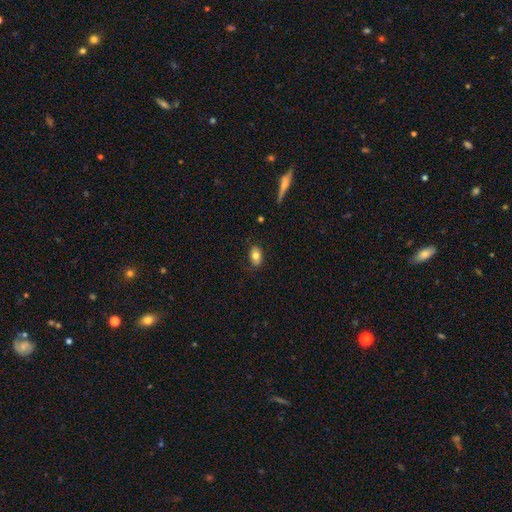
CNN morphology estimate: smooth 78%, featured or disk 13%, star or artifact 9%. Down the decision tree: how rounded — in between (84%); merging — none (82%).